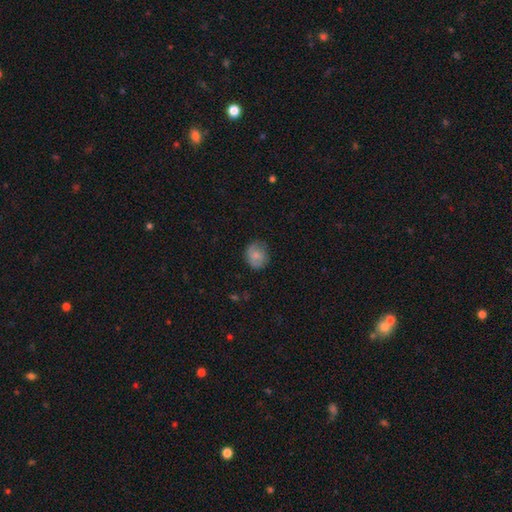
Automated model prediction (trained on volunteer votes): Morphology: type=smooth (77%); roundness=round (73%); merging=none (73%).